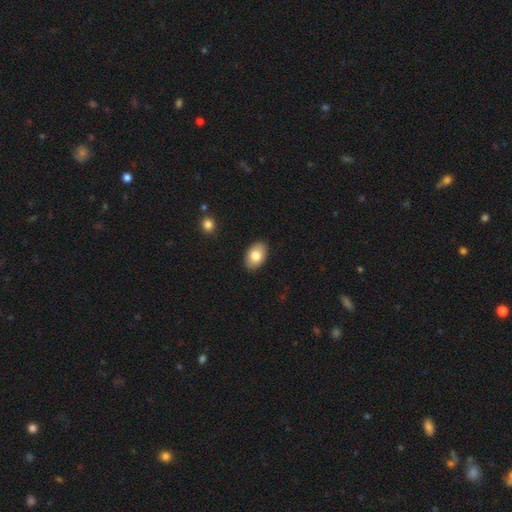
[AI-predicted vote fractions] Overall: smooth (80%). How rounded: in between (90%). Merging: none (88%).